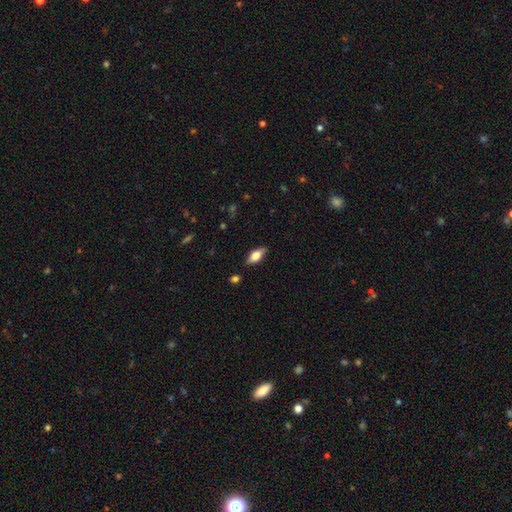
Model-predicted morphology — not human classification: Smooth or featured: smooth — 61% (featured or disk — 32%)
How rounded: in between — 82% (cigar-shaped — 14%)
Merging: none — 81% (minor disturbance — 15%)